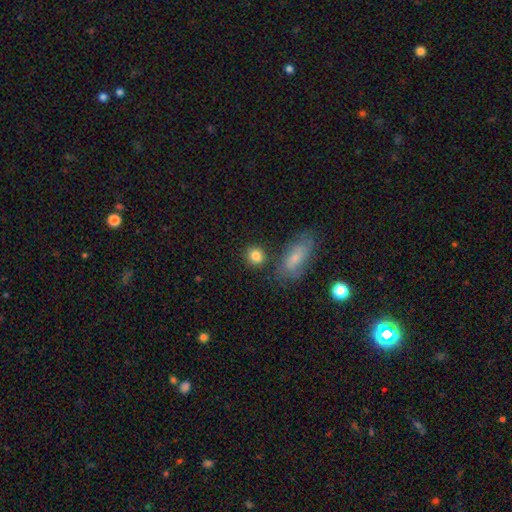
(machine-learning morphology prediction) smooth 84%, star or artifact 9%, featured or disk 7%. Down the decision tree: how rounded — round (75%); merging — none (75%).